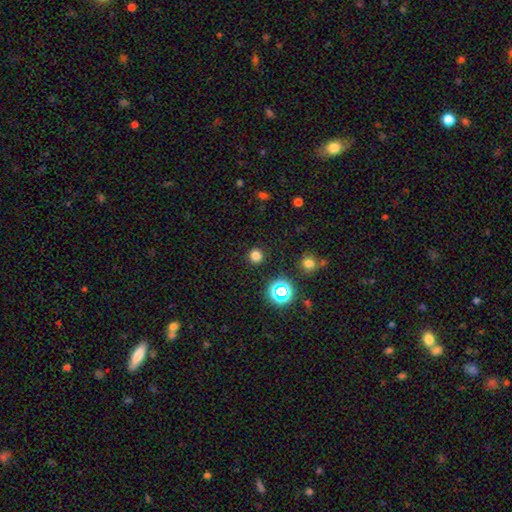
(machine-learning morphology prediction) Smooth or featured? Predicted: smooth (p=0.76). How rounded? Predicted: round (p=0.93). Merging? Predicted: none (p=0.90).